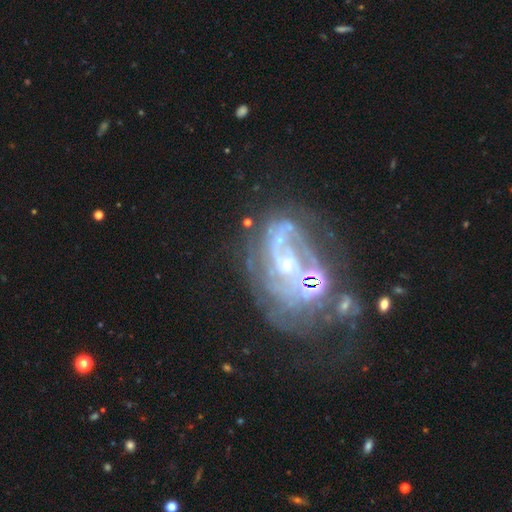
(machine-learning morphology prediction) Smooth or featured? featured or disk (82%)
Edge-on disk? no (97%)
Bar? no (64%)
Spiral arms? yes (80%)
Spiral winding? tight (45%)
Spiral arm count? can't tell (36%)
Bulge size? small (68%)
Merging? none (40%)